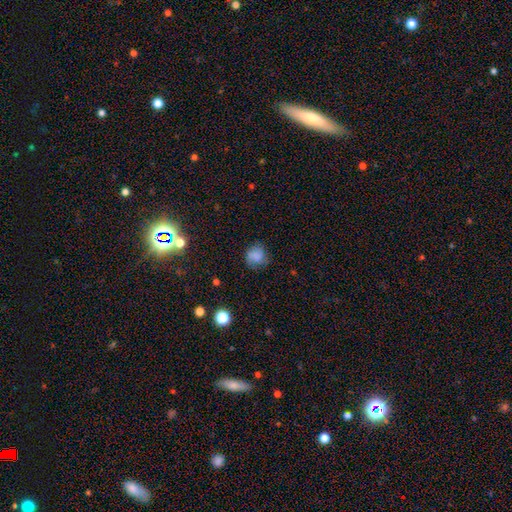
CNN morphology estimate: Q: Smooth or featured?
A: smooth (75%); runner-up: featured or disk (13%)
Q: How rounded?
A: round (78%); runner-up: in between (21%)
Q: Merging?
A: none (66%); runner-up: minor disturbance (24%)